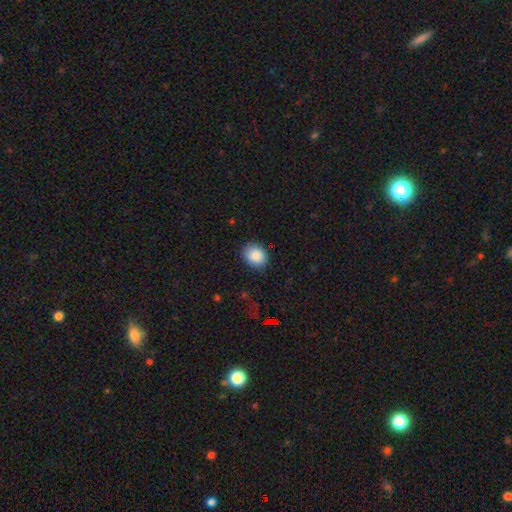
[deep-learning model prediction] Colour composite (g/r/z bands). It shows a smooth galaxy with no disk features (87%) that is round (58%). Merging: none (87%).